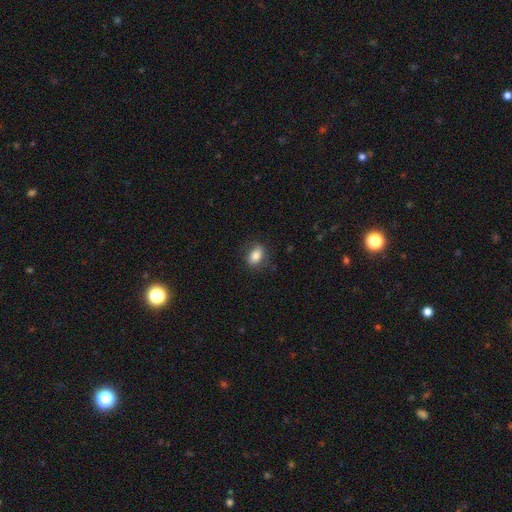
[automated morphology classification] smooth-or-featured: smooth: 83% | featured or disk: 9% | star or artifact: 8%
  how-rounded: in between: 81% | round: 17% | cigar-shaped: 2%
  merging: none: 80% | minor disturbance: 15% | major disturbance: 4% | merger: 1%